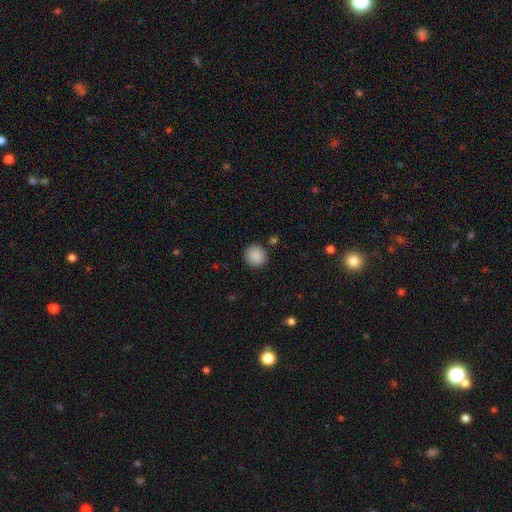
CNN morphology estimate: Overall: smooth (88%). How rounded: round (92%). Merging: none (90%).